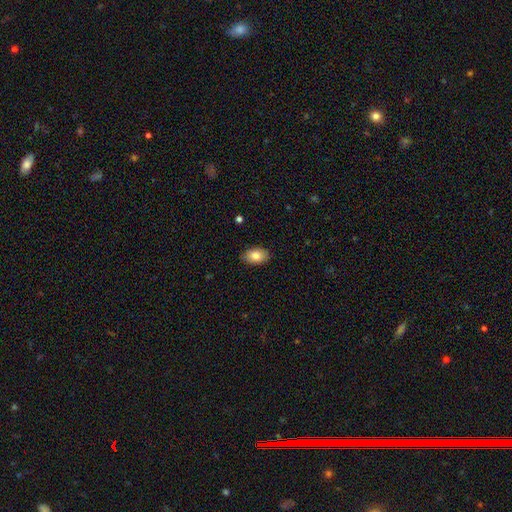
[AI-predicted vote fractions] Smooth or featured: smooth — 84% (featured or disk — 9%)
How rounded: in between — 90% (round — 9%)
Merging: none — 87% (minor disturbance — 11%)